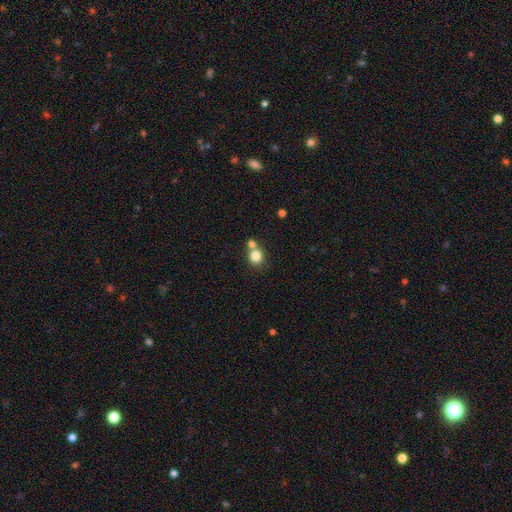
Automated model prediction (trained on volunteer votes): The model was most divided on "merging": none: 50%, merger: 40%, minor disturbance: 7%, major disturbance: 3%. More confident: how rounded — round (82%); smooth or featured — smooth (81%).